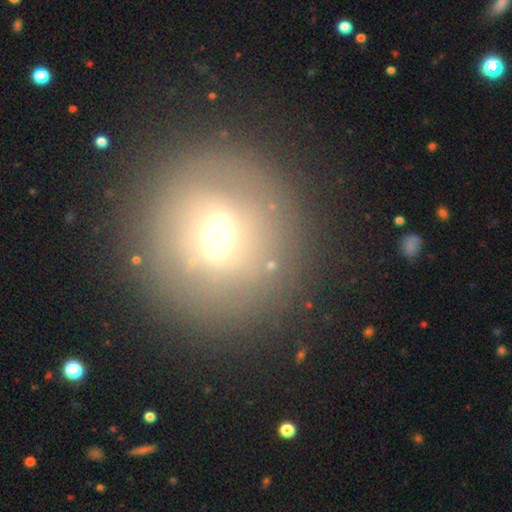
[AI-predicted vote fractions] smooth 44%, featured or disk 42%, star or artifact 15%. Down the decision tree: merging — none (80%).